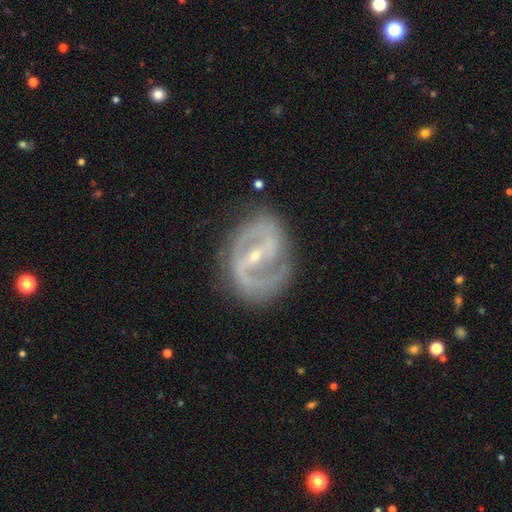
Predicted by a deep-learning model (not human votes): Q: Smooth or featured?
A: featured or disk (88%); runner-up: smooth (6%)
Q: Edge-on disk?
A: no (96%); runner-up: yes (4%)
Q: Bar?
A: strong (64%); runner-up: weak (25%)
Q: Spiral arms?
A: yes (88%); runner-up: no (12%)
Q: Spiral winding?
A: medium (49%); runner-up: tight (34%)
Q: Spiral arm count?
A: 2 (83%); runner-up: can't tell (7%)
Q: Bulge size?
A: small (72%); runner-up: moderate (25%)
Q: Merging?
A: none (73%); runner-up: minor disturbance (17%)